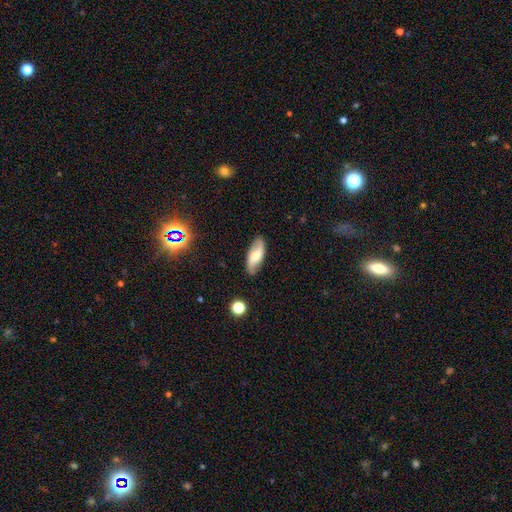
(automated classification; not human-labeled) smooth-or-featured: featured or disk: 49% | smooth: 44% | star or artifact: 8%
  merging: none: 84% | minor disturbance: 12% | major disturbance: 3% | merger: 1%